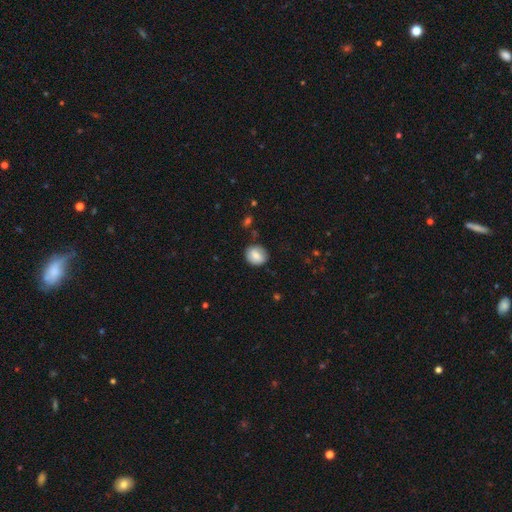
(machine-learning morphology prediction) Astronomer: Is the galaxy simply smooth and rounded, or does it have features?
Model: smooth — 73%.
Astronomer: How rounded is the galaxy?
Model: round — 66%.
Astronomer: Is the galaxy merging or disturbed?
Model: none — 79%.